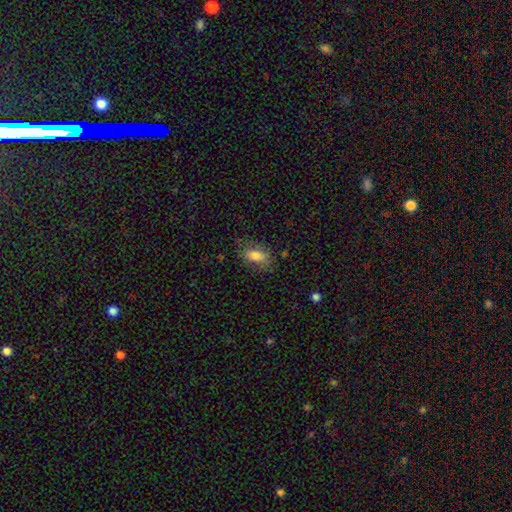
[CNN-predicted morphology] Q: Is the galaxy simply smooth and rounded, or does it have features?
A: smooth — 76%.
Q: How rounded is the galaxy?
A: in between — 89%.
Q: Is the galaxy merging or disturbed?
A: none — 70%.